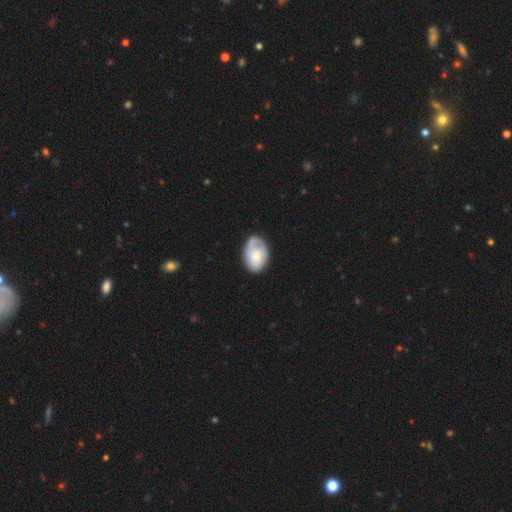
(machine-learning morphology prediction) Overall: smooth (54%; featured or disk 40%). How rounded: in between (83%). Merging: none (61%; minor disturbance 27%).